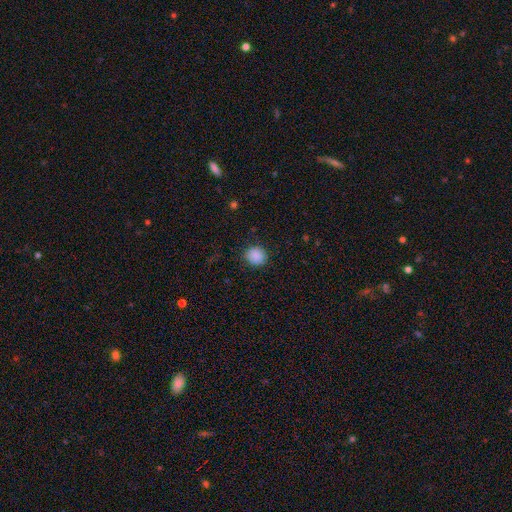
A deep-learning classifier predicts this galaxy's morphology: Q: Smooth or featured?
A: smooth (88%); runner-up: star or artifact (9%)
Q: How rounded?
A: round (81%); runner-up: in between (18%)
Q: Merging?
A: none (86%); runner-up: minor disturbance (10%)